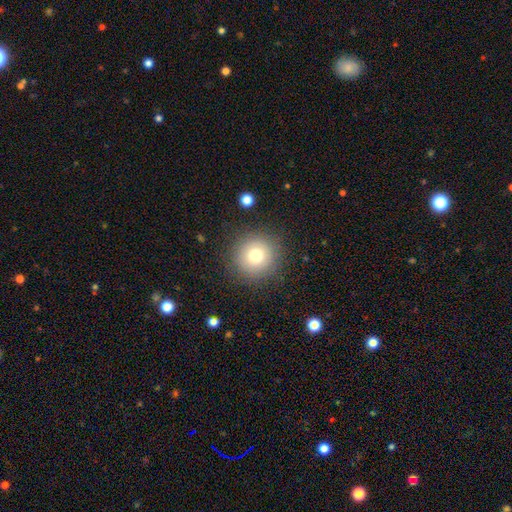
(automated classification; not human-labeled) This appears to be a smooth galaxy with no disk features (76%) that is round (94%). Merging: none (87%).